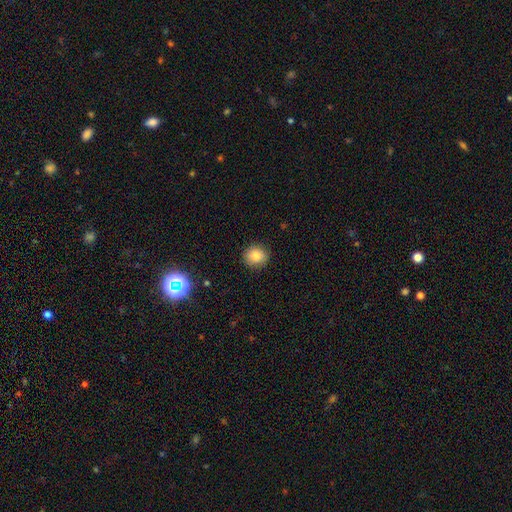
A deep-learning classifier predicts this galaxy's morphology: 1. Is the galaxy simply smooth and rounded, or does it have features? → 84% smooth, 11% star or artifact, 5% featured or disk.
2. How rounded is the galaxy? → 78% round, 21% in between, 1% cigar-shaped.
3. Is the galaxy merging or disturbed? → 88% none, 9% minor disturbance, 2% major disturbance, 1% merger.